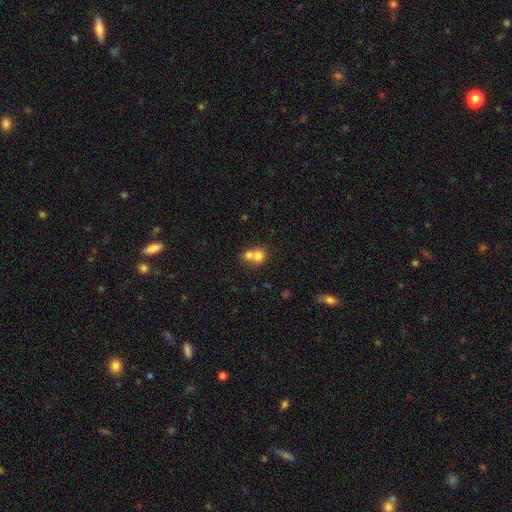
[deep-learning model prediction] Q: Smooth or featured?
A: smooth (73%); runner-up: featured or disk (16%)
Q: How rounded?
A: round (75%); runner-up: in between (24%)
Q: Merging?
A: merger (68%); runner-up: none (25%)